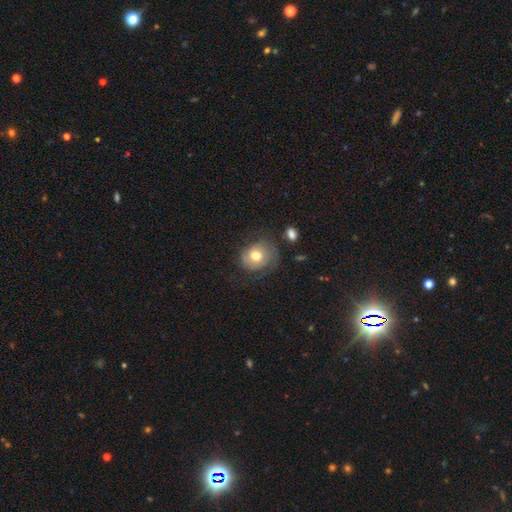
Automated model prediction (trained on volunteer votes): The model was most divided on "smooth or featured": smooth: 57%, featured or disk: 35%, star or artifact: 8%. More confident: how rounded — round (68%); merging — none (58%).